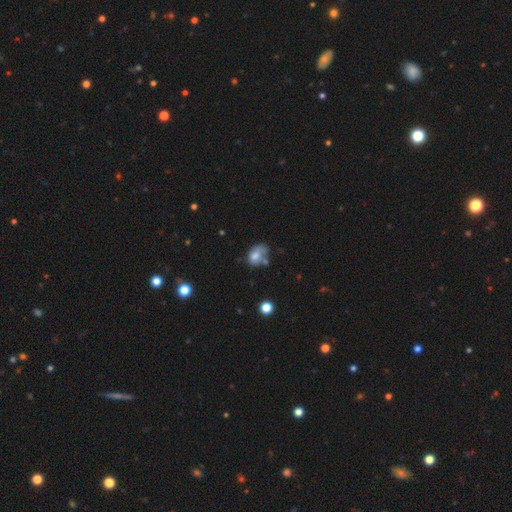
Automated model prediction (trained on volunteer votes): Smooth or featured?
  - smooth: 65% *
  - featured or disk: 24%
  - star or artifact: 11%
How rounded?
  - in between: 71% *
  - round: 28%
  - cigar-shaped: 1%
Merging?
  - none: 32% *
  - minor disturbance: 28%
  - major disturbance: 20%
  - merger: 19%